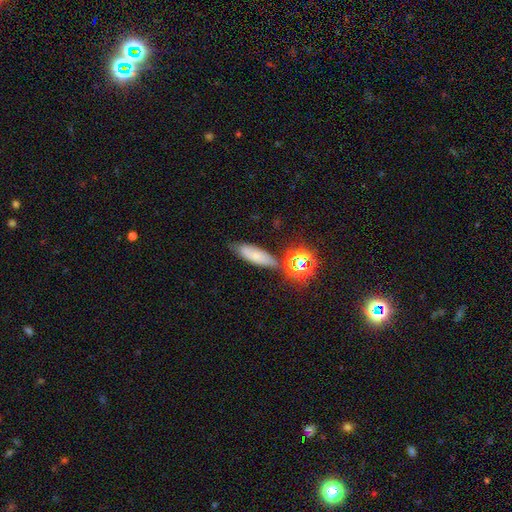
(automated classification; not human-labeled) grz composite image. It shows a smooth galaxy with no disk features (60%) that is in between round and cigar-shaped (55%). Merging: none (71%).